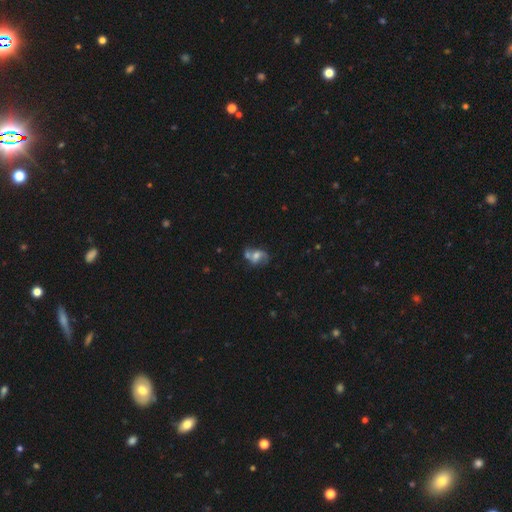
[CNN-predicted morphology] Overall: featured or disk (60%; smooth 30%). Edge-on disk: no (97%). Bar: no (55%; weak 35%). Spiral arms: yes (79%). Bulge size: moderate (52%; small 27%). Merging: none (40%; merger 31%).